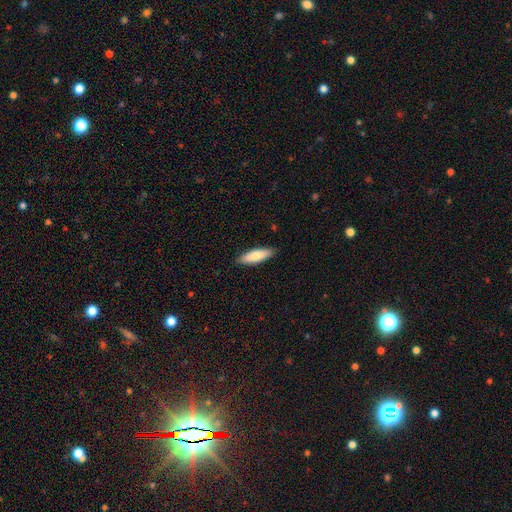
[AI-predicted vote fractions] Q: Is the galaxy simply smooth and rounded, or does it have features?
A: smooth — 78%.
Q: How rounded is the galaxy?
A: cigar-shaped — 52%.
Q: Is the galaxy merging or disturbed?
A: none — 89%.